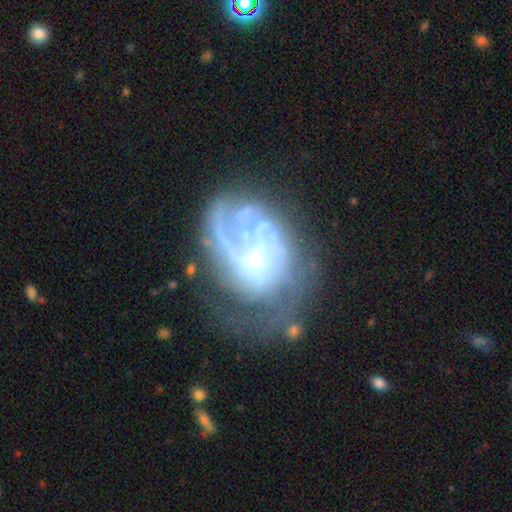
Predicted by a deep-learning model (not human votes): A featured or disk galaxy (77%) with no bar (64%), tight (41%) spiral arms (79%) and no central bulge (46%). Merging: none (40%).